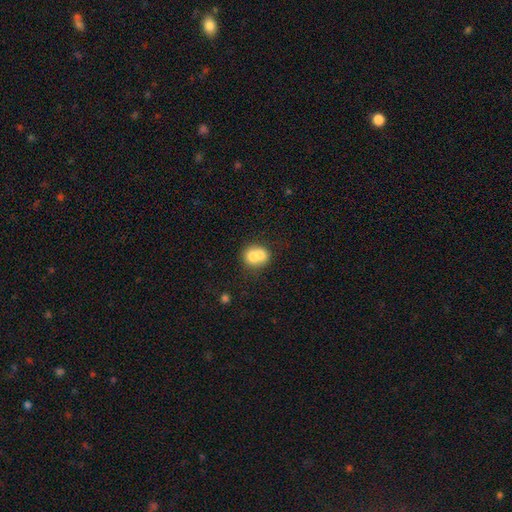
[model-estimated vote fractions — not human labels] smooth_or_featured: smooth (p=0.70) [alt: featured or disk p=0.22]
how_rounded: round (p=0.69) [alt: in between p=0.30]
merging: merger (p=0.65) [alt: none p=0.26]